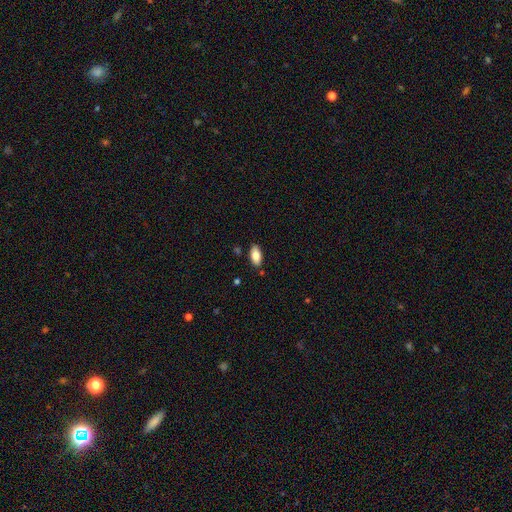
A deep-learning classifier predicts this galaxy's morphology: Overall: smooth (82%). How rounded: in between (92%). Merging: none (86%).